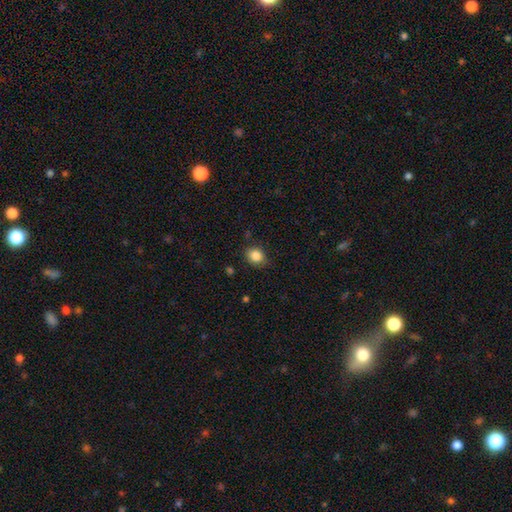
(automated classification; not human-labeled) Smooth or featured? Predicted: smooth (p=0.85). How rounded? Predicted: round (p=0.58). Merging? Predicted: none (p=0.81).